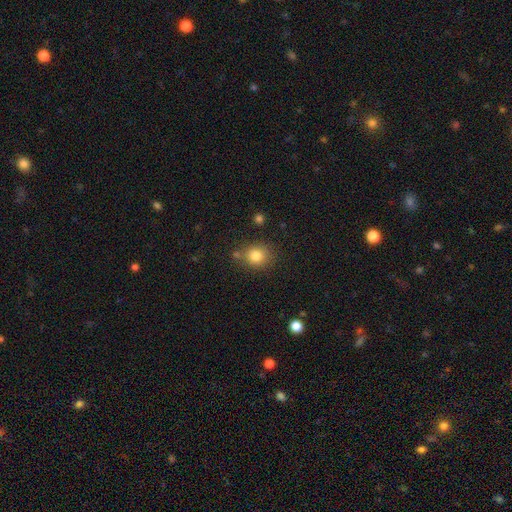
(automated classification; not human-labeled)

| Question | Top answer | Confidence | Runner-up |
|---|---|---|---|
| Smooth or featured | smooth | 83% | star or artifact (11%) |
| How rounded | round | 77% | in between (22%) |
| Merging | none | 73% | minor disturbance (13%) |